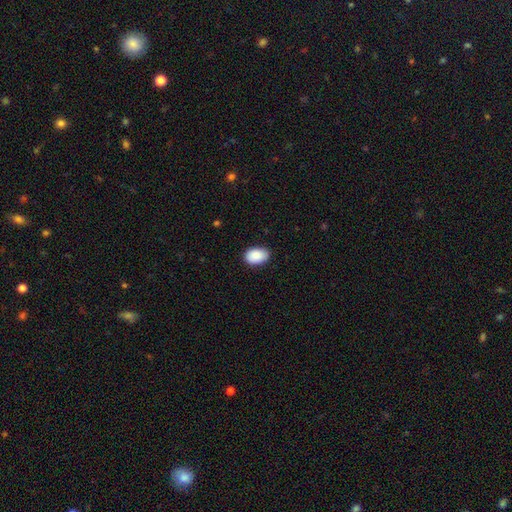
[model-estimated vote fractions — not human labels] smooth_or_featured: smooth (p=0.90) [alt: star or artifact p=0.07]
how_rounded: in between (p=0.89) [alt: round p=0.10]
merging: none (p=0.83) [alt: minor disturbance p=0.14]